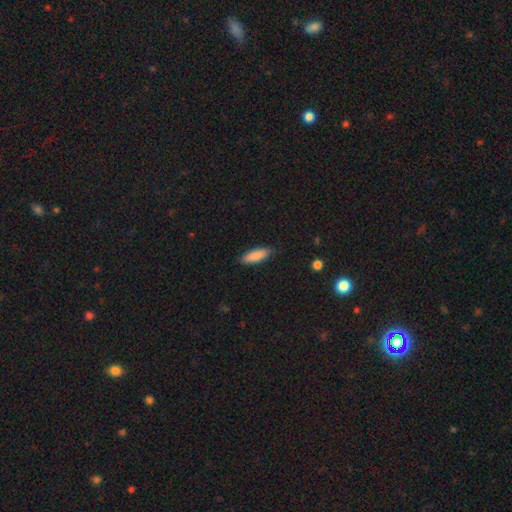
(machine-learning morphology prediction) smooth-or-featured: smooth: 87% | featured or disk: 7% | star or artifact: 6%
  how-rounded: in between: 54% | cigar-shaped: 44% | round: 2%
  merging: none: 85% | minor disturbance: 12% | major disturbance: 2% | merger: 1%